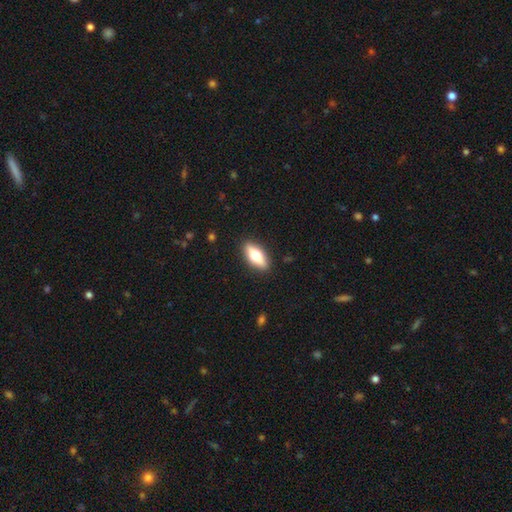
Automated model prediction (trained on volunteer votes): This is likely a smooth galaxy (61%). How rounded: likely in between (72%). Merging: clearly none (89%).